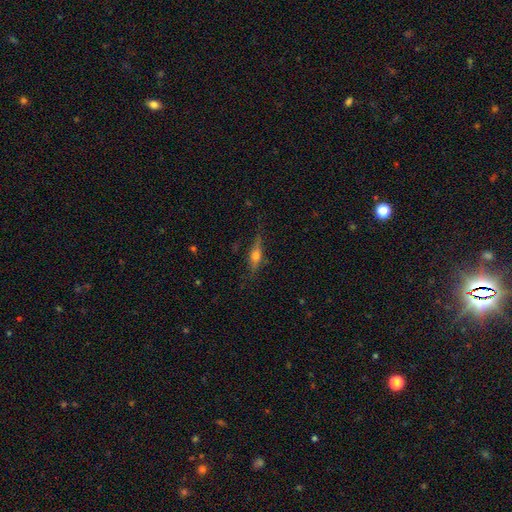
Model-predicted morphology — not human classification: Q: Smooth or featured?
A: featured or disk (58%); runner-up: smooth (32%)
Q: Edge-on disk?
A: yes (94%); runner-up: no (6%)
Q: Edge-on bulge?
A: rounded (91%); runner-up: boxy (6%)
Q: Merging?
A: none (76%); runner-up: minor disturbance (17%)